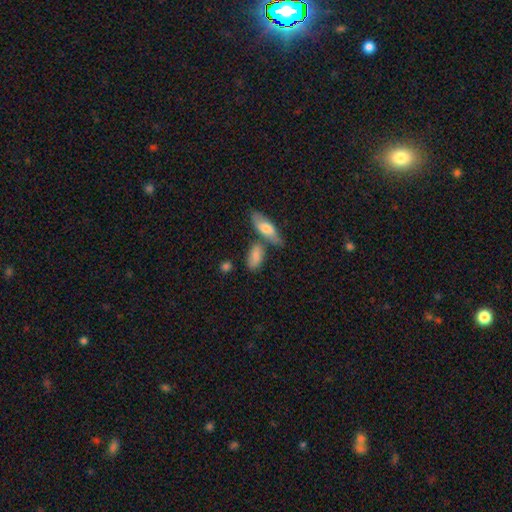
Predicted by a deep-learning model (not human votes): smooth 80%, featured or disk 14%, star or artifact 7%. Down the decision tree: how rounded — in between (84%); merging — none (50%).